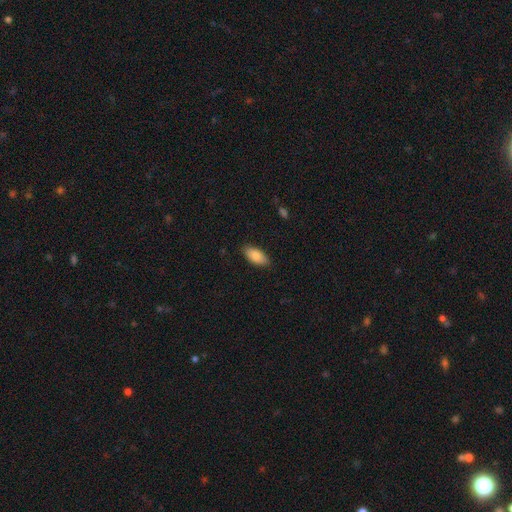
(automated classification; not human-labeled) Overall: smooth (86%). How rounded: in between (91%). Merging: none (86%).